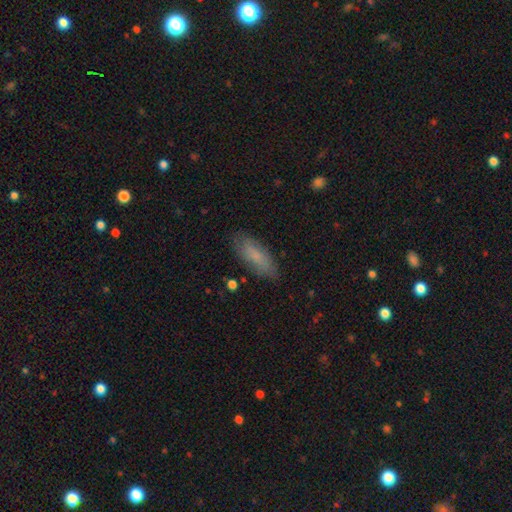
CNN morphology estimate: Smooth or featured? smooth (74%)
How rounded? in between (65%)
Merging? none (81%)